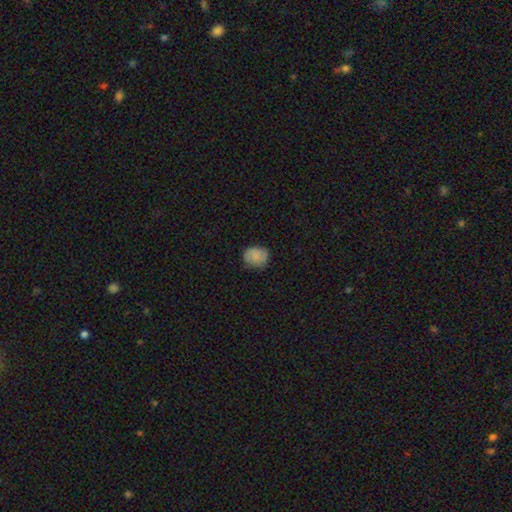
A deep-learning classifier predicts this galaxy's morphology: smooth-or-featured: smooth: 78% | featured or disk: 14% | star or artifact: 9%
  how-rounded: round: 66% | in between: 33% | cigar-shaped: 1%
  merging: none: 74% | minor disturbance: 21% | major disturbance: 4% | merger: 1%